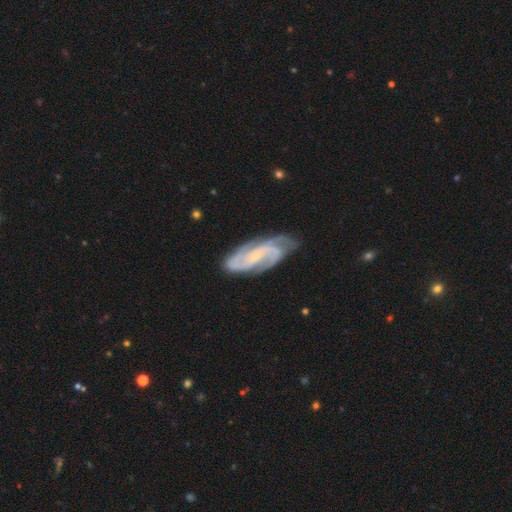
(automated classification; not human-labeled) The model was most divided on "spiral winding": medium: 46%, tight: 42%, loose: 13%. Remaining: spiral arms — yes (97%); edge-on disk — no (95%); smooth or featured — featured or disk (87%); bulge size — small (75%); merging — none (71%); bar — no (47%); spiral arm count — 2 (42%).